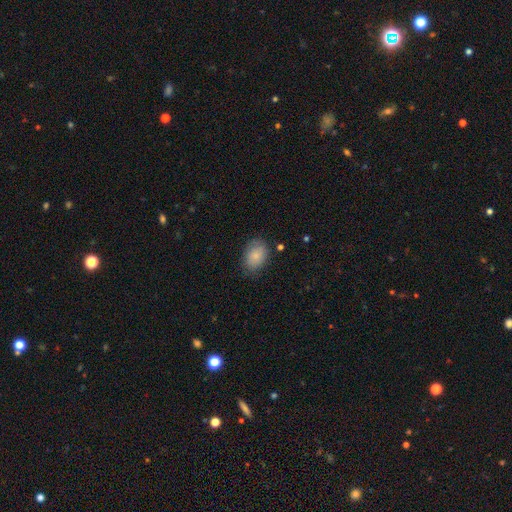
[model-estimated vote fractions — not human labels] Morphology: type=smooth (83%); roundness=in between (79%); merging=none (73%).